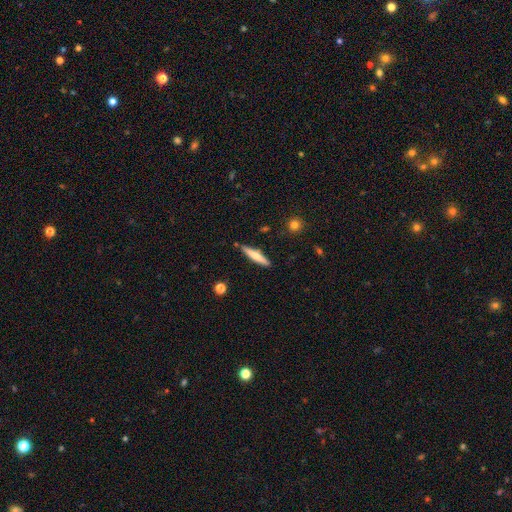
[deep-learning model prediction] This is possibly a smooth galaxy (59%). How rounded: clearly cigar-shaped (88%). Merging: clearly none (86%).